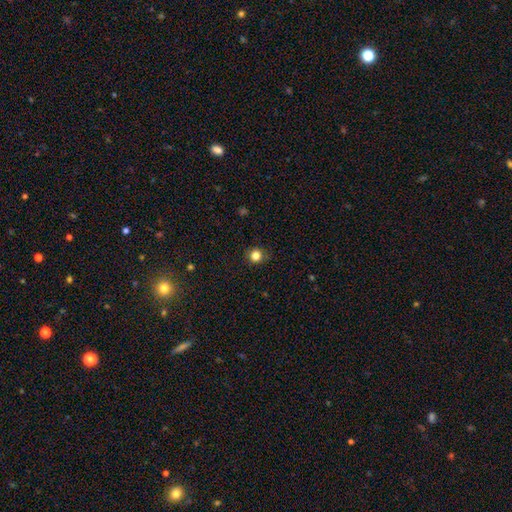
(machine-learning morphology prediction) Smooth or featured? smooth (82%)
How rounded? round (92%)
Merging? none (89%)